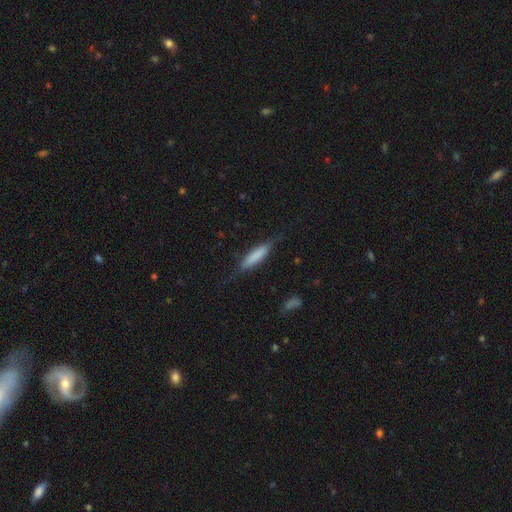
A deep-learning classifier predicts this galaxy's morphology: smooth 70%, featured or disk 24%, star or artifact 6%. Down the decision tree: how rounded — cigar-shaped (80%); merging — none (77%).